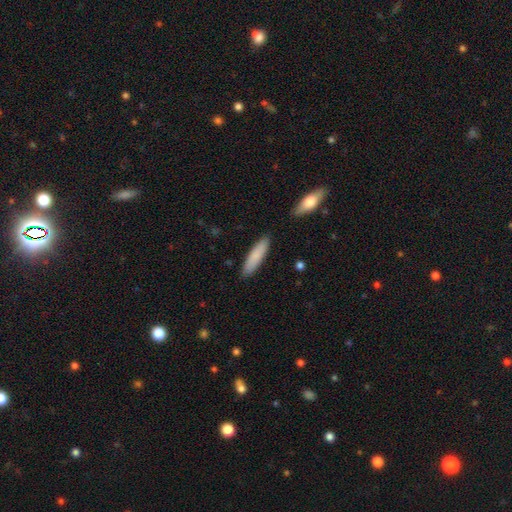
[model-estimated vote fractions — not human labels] Overall: smooth (83%). How rounded: cigar-shaped (71%). Merging: none (88%).